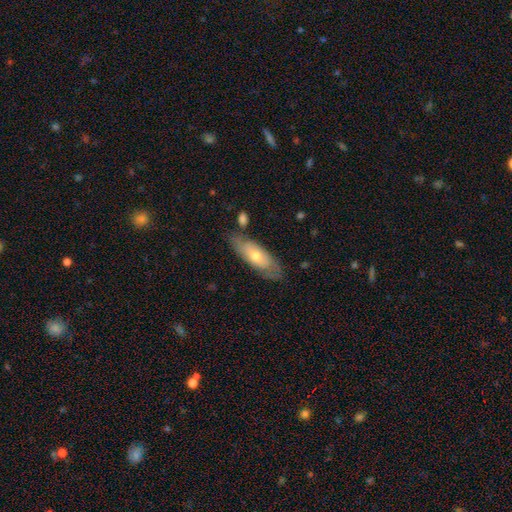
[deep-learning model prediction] The model was most divided on "smooth or featured": featured or disk: 47%, smooth: 46%, star or artifact: 6%. More confident: merging — none (71%).